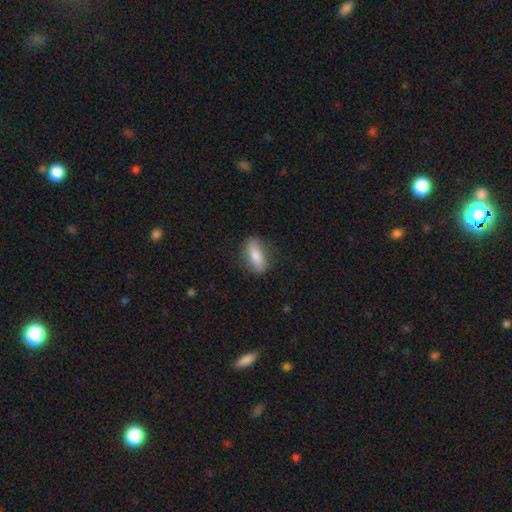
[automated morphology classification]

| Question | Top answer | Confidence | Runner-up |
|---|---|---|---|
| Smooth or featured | smooth | 71% | featured or disk (23%) |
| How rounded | in between | 72% | cigar-shaped (23%) |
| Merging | none | 81% | minor disturbance (14%) |